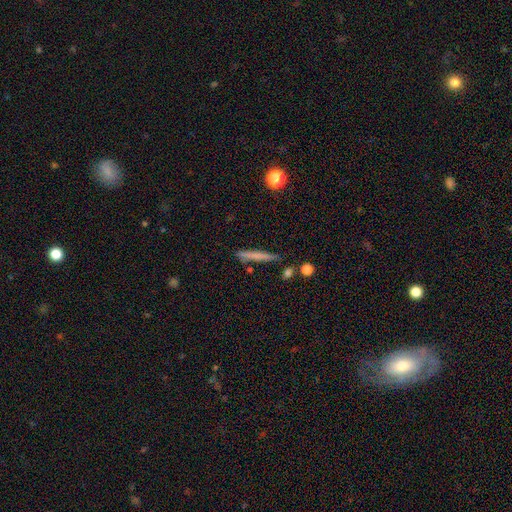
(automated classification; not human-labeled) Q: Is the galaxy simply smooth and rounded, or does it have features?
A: smooth — 67%.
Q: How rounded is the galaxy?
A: cigar-shaped — 95%.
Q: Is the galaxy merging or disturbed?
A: none — 82%.